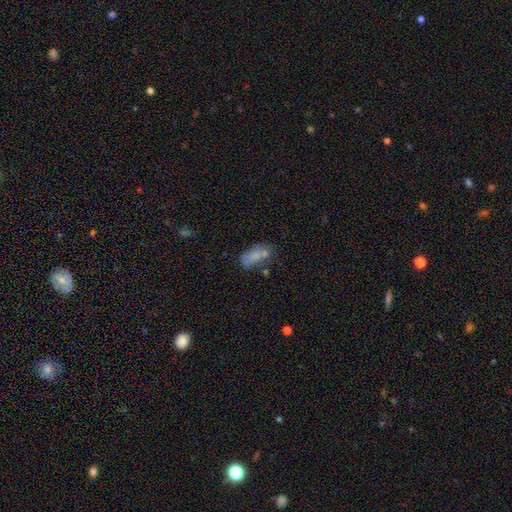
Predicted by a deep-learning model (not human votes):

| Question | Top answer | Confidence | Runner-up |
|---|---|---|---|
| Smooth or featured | smooth | 72% | featured or disk (18%) |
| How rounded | in between | 84% | cigar-shaped (12%) |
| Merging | none | 47% | merger (21%) |